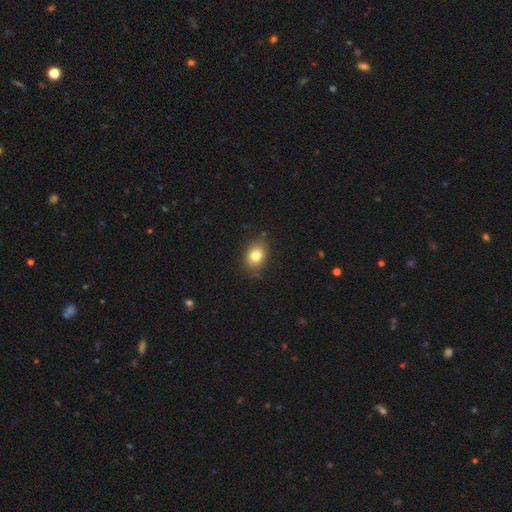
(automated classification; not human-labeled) A smooth galaxy with no disk features (80%) that is in between round and cigar-shaped (62%).

Vote fractions:
- Smooth or featured? smooth: 80% / star or artifact: 10% / featured or disk: 9%
- How rounded? in between: 62% / round: 37% / cigar-shaped: 1%
- Merging? none: 83% / minor disturbance: 12% / major disturbance: 3% / merger: 1%